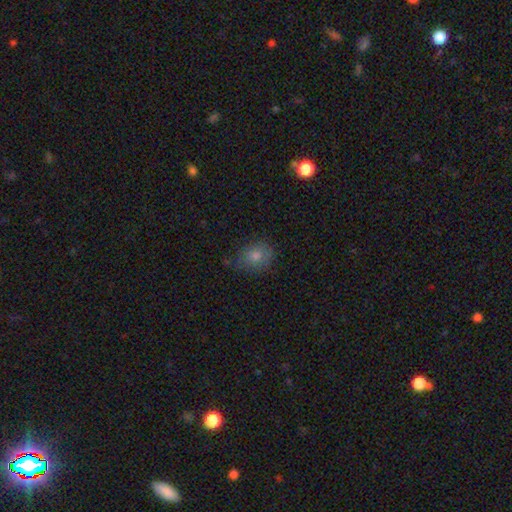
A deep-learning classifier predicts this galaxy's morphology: Q: Smooth or featured?
A: smooth (73%); runner-up: star or artifact (15%)
Q: How rounded?
A: round (54%); runner-up: in between (45%)
Q: Merging?
A: none (74%); runner-up: minor disturbance (20%)